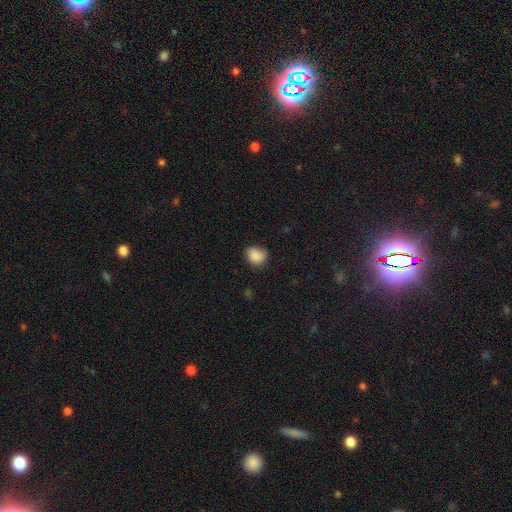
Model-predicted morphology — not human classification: Smooth or featured: smooth — 83% (star or artifact — 9%)
How rounded: round — 61% (in between — 38%)
Merging: none — 63% (minor disturbance — 28%)